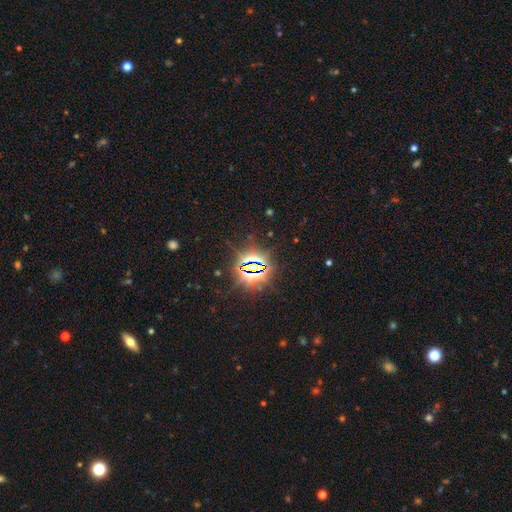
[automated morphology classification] This is likely a star or artifact rather than a galaxy (79%).